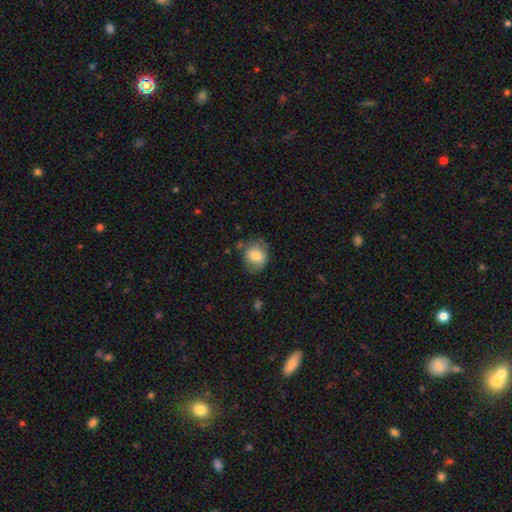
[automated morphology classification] Smooth or featured? smooth (74%)
How rounded? round (64%)
Merging? none (63%)